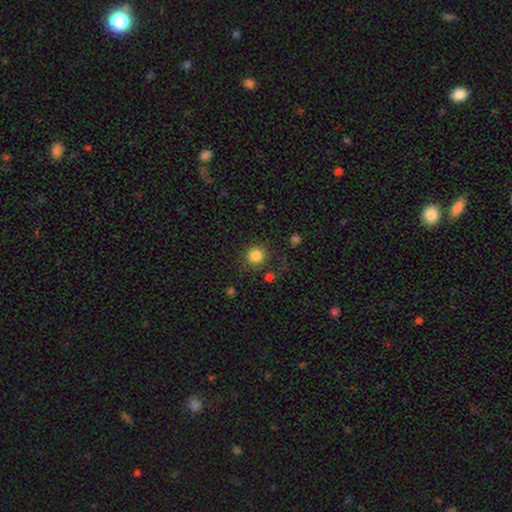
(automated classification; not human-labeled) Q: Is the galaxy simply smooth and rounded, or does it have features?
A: smooth — 85%.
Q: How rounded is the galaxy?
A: round — 92%.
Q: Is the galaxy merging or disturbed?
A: none — 83%.